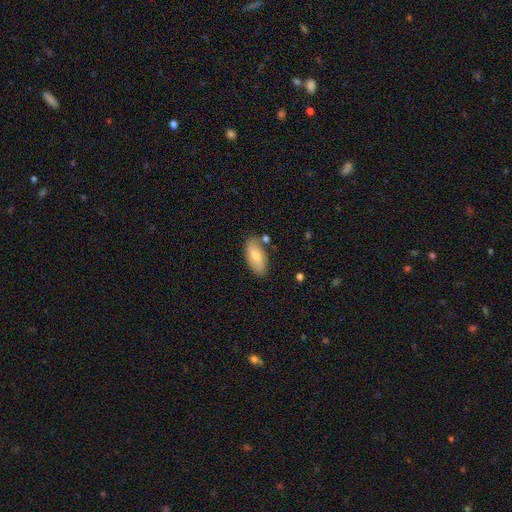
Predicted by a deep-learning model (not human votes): This appears to be a smooth galaxy with no disk features (69%) that is in between round and cigar-shaped (90%). Merging: none (75%).